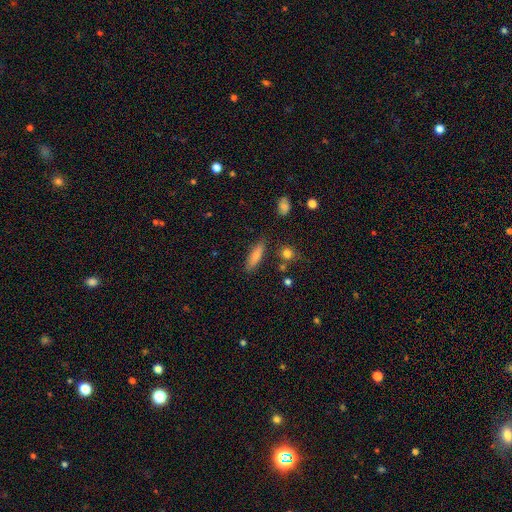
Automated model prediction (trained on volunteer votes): Smooth or featured? smooth (78%)
How rounded? cigar-shaped (56%)
Merging? none (82%)